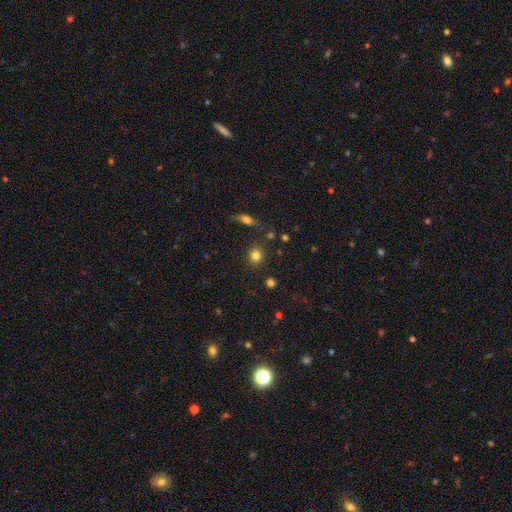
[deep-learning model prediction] Overall: smooth (82%). How rounded: round (77%). Merging: none (83%).